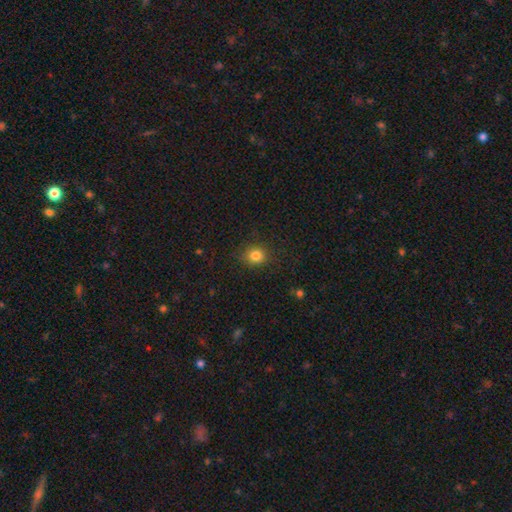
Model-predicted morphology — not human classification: The model was most divided on "how rounded": round: 81%, in between: 18%, cigar-shaped: 1%. More confident: merging — none (87%); smooth or featured — smooth (83%).